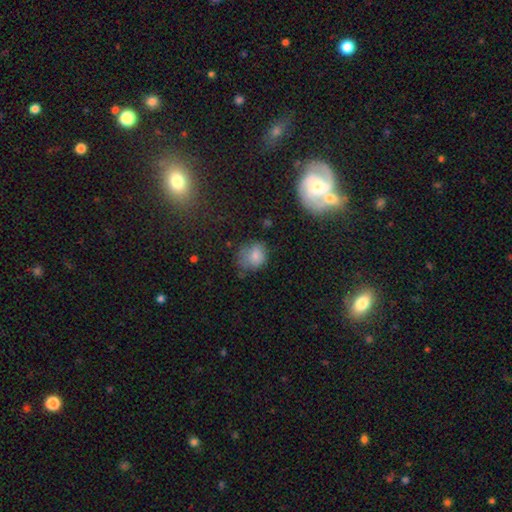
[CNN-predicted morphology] type=smooth (78%); roundness=round (59%); merging=none (53%).